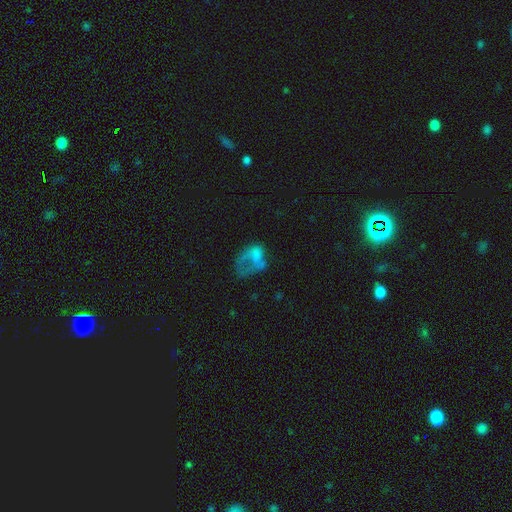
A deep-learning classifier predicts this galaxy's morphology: smooth_or_featured: smooth (p=0.48) [alt: featured or disk p=0.38]
merging: major disturbance (p=0.50) [alt: none p=0.22]